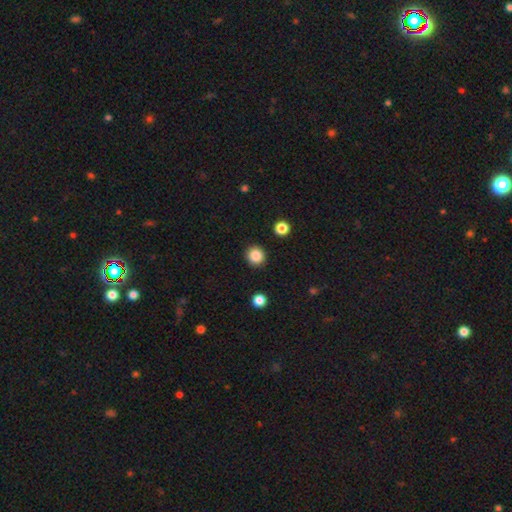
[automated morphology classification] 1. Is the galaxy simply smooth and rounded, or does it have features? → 86% smooth, 10% star or artifact, 4% featured or disk.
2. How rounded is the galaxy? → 91% round, 9% in between, 1% cigar-shaped.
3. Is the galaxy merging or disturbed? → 91% none, 5% minor disturbance, 2% major disturbance, 2% merger.